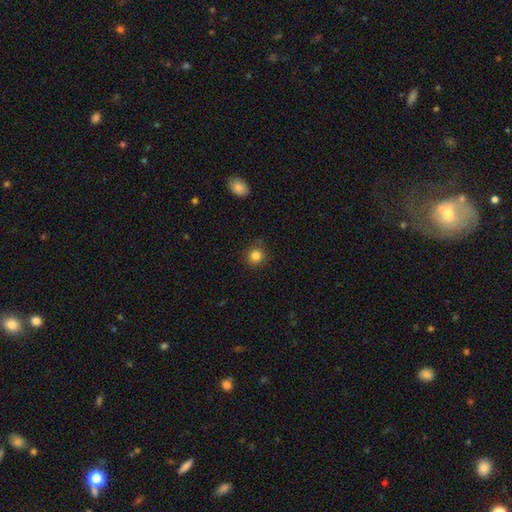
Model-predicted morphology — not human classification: Smooth or featured?
  - smooth: 82% *
  - star or artifact: 12%
  - featured or disk: 6%
How rounded?
  - round: 89% *
  - in between: 10%
  - cigar-shaped: 1%
Merging?
  - none: 87% *
  - minor disturbance: 9%
  - major disturbance: 2%
  - merger: 2%